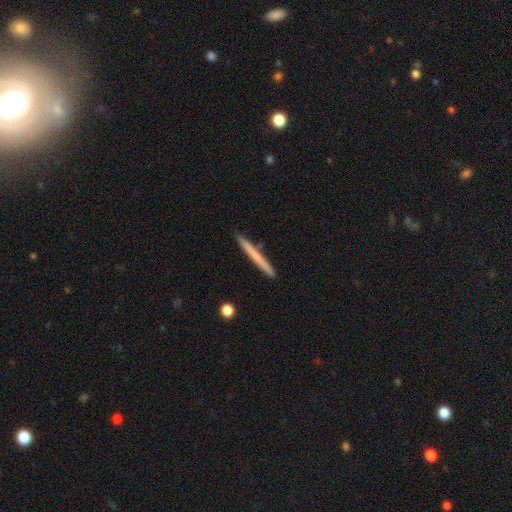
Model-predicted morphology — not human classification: Smooth or featured?
  - smooth: 63% *
  - featured or disk: 31%
  - star or artifact: 5%
How rounded?
  - cigar-shaped: 97% *
  - in between: 1%
  - round: 1%
Merging?
  - none: 91% *
  - minor disturbance: 6%
  - merger: 2%
  - major disturbance: 1%